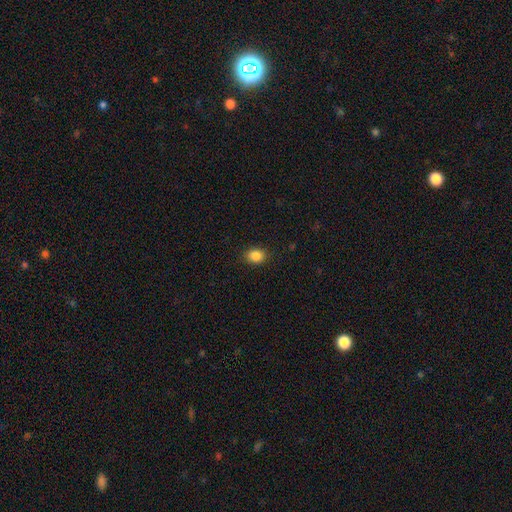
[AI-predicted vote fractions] This appears to be a smooth galaxy with no disk features (86%) that is in between round and cigar-shaped (57%). Merging: none (87%).